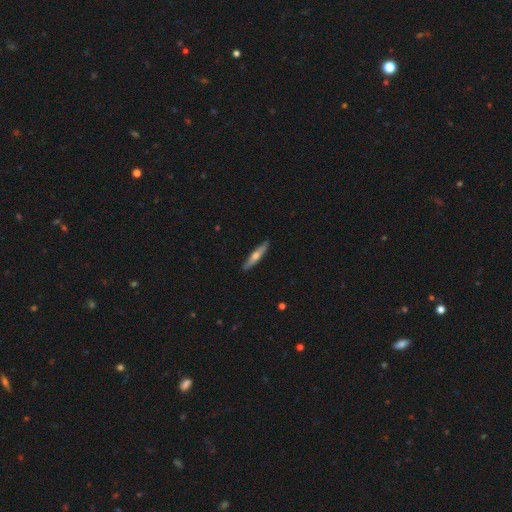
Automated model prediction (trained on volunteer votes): This appears to be a smooth galaxy with no disk features (47%, tied with featured or disk). Merging: none (90%).